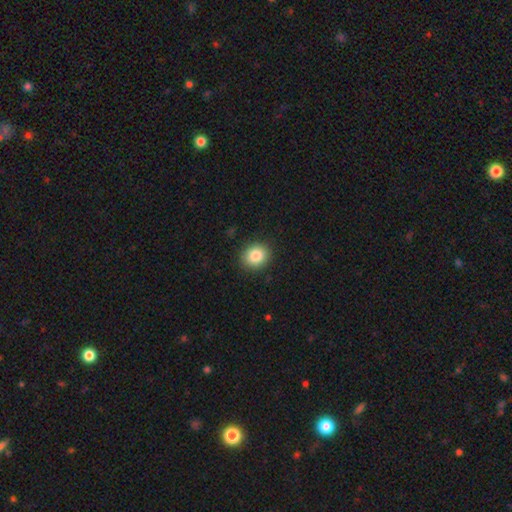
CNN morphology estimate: This is clearly a smooth galaxy (85%). How rounded: likely round (67%). Merging: clearly none (90%).